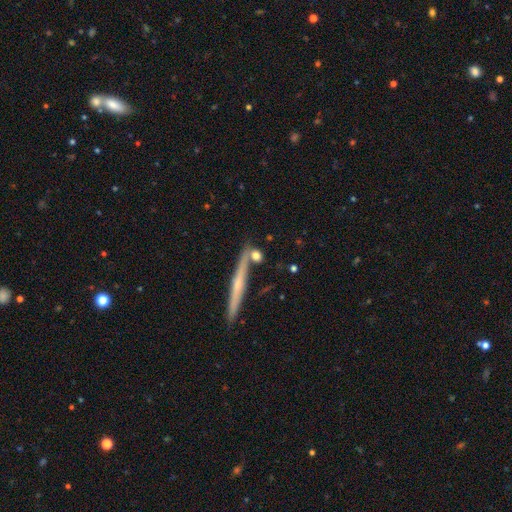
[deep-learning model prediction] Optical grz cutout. It shows a smooth galaxy with no disk features (66%) that is round (49%). Merging: none (68%).